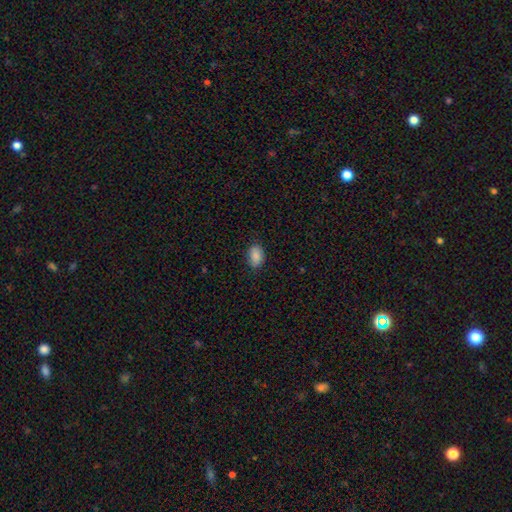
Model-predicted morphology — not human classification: A smooth galaxy with no disk features (88%) that is in between round and cigar-shaped (85%). Merging: none (83%).